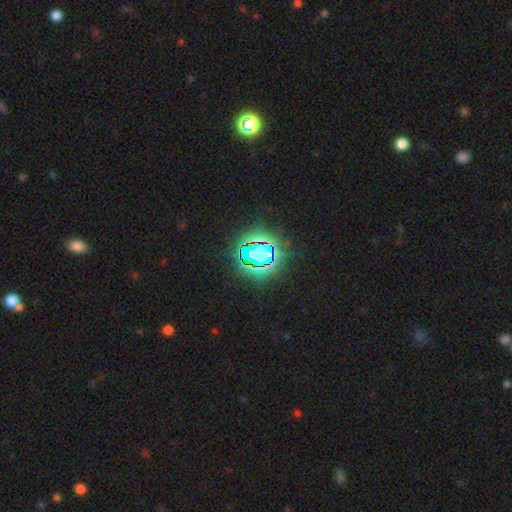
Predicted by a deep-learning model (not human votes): Smooth or featured: star or artifact — 80% (smooth — 13%)